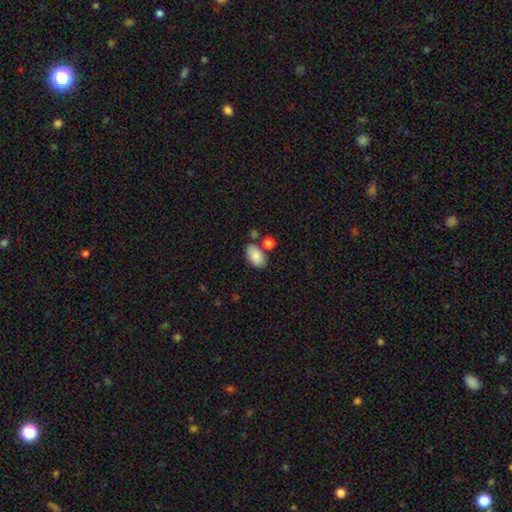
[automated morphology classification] A smooth galaxy with no disk features (87%) that is in between round and cigar-shaped (93%).

Vote fractions:
- Smooth or featured? smooth: 87% / star or artifact: 7% / featured or disk: 6%
- How rounded? in between: 93% / round: 6% / cigar-shaped: 1%
- Merging? none: 69% / minor disturbance: 14% / merger: 13% / major disturbance: 4%